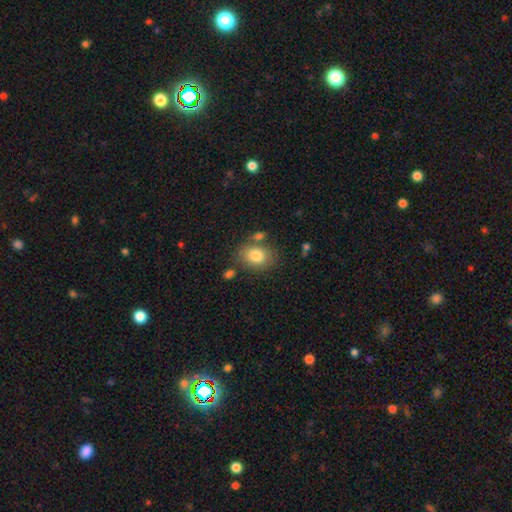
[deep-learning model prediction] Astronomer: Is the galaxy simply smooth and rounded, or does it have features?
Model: smooth — 81%.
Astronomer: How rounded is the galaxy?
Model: in between — 65%.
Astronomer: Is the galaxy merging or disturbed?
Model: none — 71%.